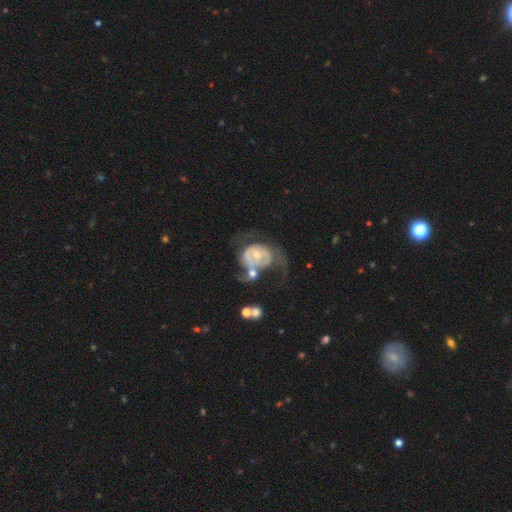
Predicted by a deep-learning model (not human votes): The model was most divided on "bulge size": small: 50%, moderate: 44%, large: 3%, none: 2%, dominant: 1%. Remaining: edge-on disk — no (97%); smooth or featured — featured or disk (77%); spiral arms — yes (73%); bar — no (70%); spiral arm count — 2 (56%); spiral winding — medium (39%); merging — major disturbance (35%).